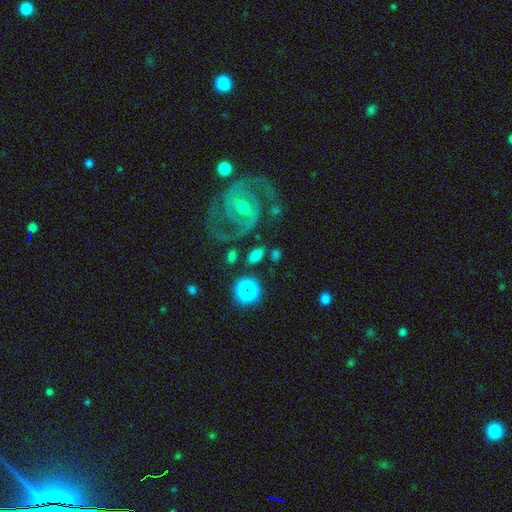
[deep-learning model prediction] This is likely a smooth galaxy (62%). How rounded: likely in between (78%). Merging: likely none (74%).